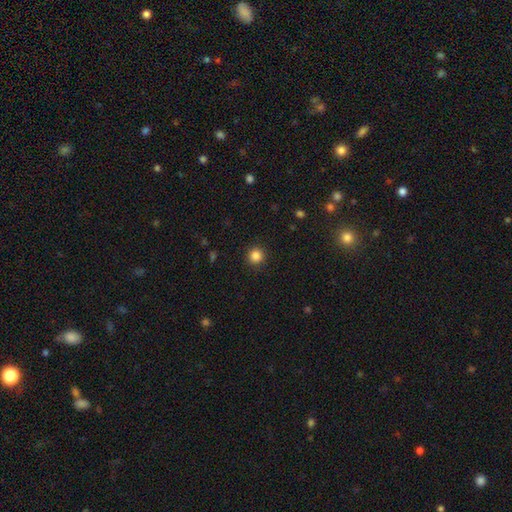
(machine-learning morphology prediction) The model was most divided on "smooth or featured": smooth: 85%, star or artifact: 11%, featured or disk: 4%. More confident: how rounded — round (94%); merging — none (92%).